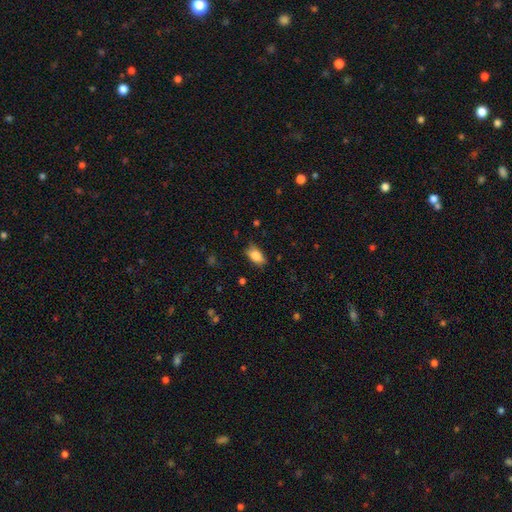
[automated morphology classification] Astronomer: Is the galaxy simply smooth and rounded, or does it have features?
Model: smooth — 82%.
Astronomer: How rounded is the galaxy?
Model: in between — 88%.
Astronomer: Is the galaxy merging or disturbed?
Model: none — 77%.